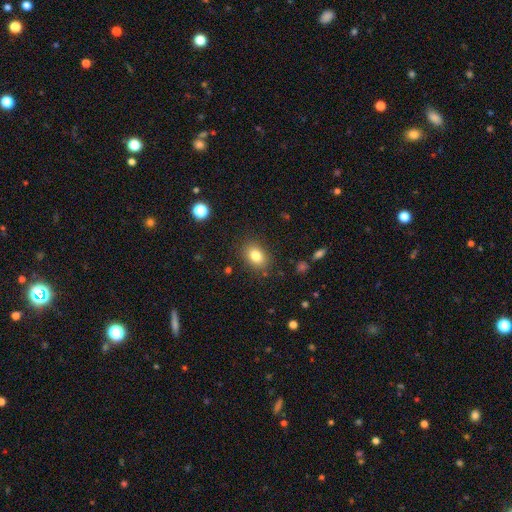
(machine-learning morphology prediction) The model was most divided on "how rounded": in between: 72%, round: 27%, cigar-shaped: 1%. More confident: merging — none (85%); smooth or featured — smooth (82%).